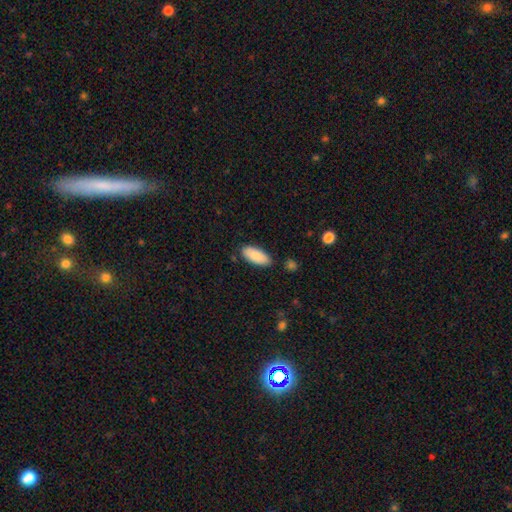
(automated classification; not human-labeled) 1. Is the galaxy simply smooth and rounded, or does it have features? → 87% smooth, 7% featured or disk, 6% star or artifact.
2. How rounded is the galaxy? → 87% in between, 11% cigar-shaped, 2% round.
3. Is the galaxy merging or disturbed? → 84% none, 12% minor disturbance, 2% merger, 2% major disturbance.